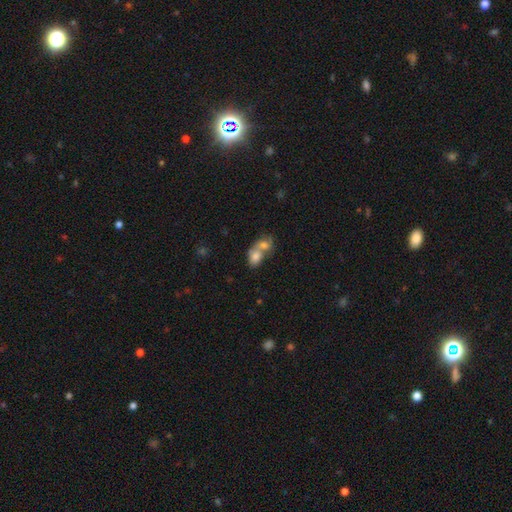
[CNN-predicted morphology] This appears to be a smooth galaxy with no disk features (71%) that is in between round and cigar-shaped (70%). Merging: merger (78%).